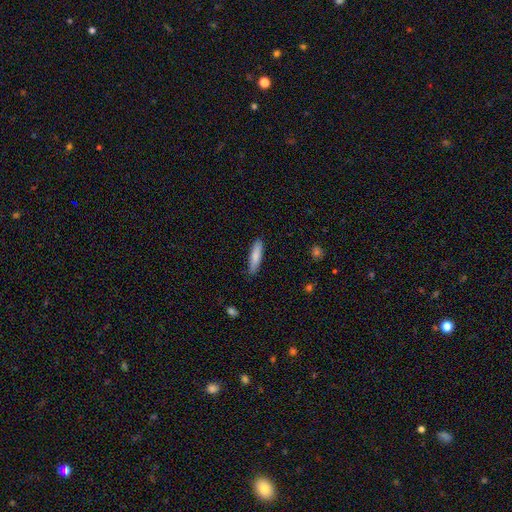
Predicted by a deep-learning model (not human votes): smooth_or_featured: smooth (p=0.83) [alt: featured or disk p=0.12]
how_rounded: cigar-shaped (p=0.75) [alt: in between p=0.24]
merging: none (p=0.86) [alt: minor disturbance p=0.11]